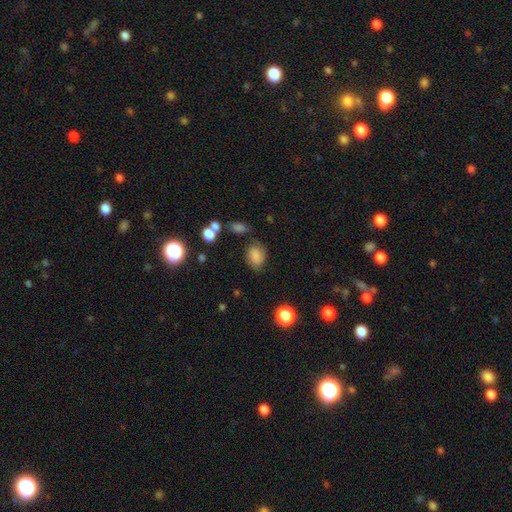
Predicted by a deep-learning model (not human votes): Smooth or featured?
  - smooth: 78% *
  - star or artifact: 11%
  - featured or disk: 11%
How rounded?
  - in between: 72% *
  - round: 26%
  - cigar-shaped: 2%
Merging?
  - none: 64% *
  - minor disturbance: 23%
  - major disturbance: 9%
  - merger: 4%